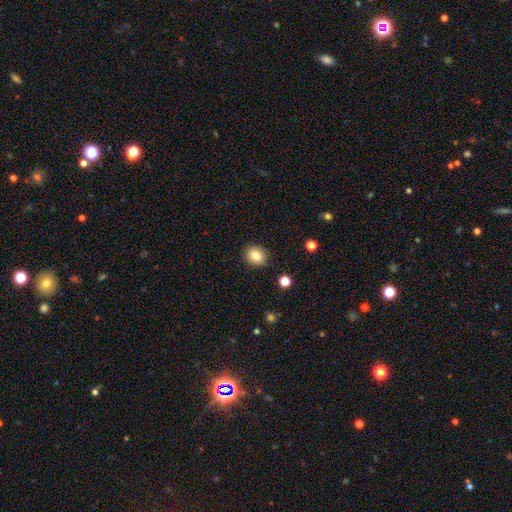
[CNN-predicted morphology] Q: Smooth or featured?
A: smooth (82%); runner-up: star or artifact (10%)
Q: How rounded?
A: round (64%); runner-up: in between (35%)
Q: Merging?
A: none (89%); runner-up: minor disturbance (8%)